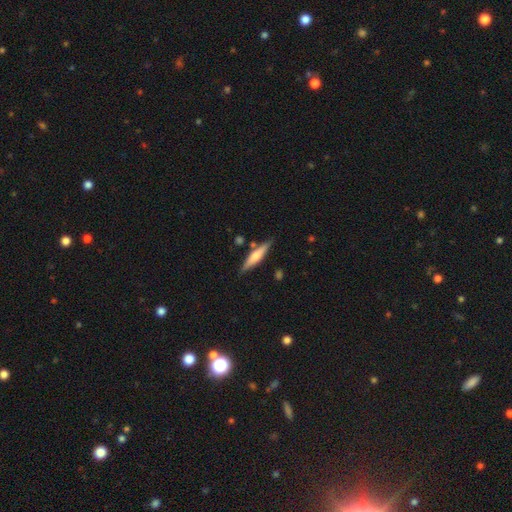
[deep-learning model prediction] Smooth or featured? Predicted: featured or disk (p=0.47, tied with smooth). Merging? Predicted: none (p=0.81).